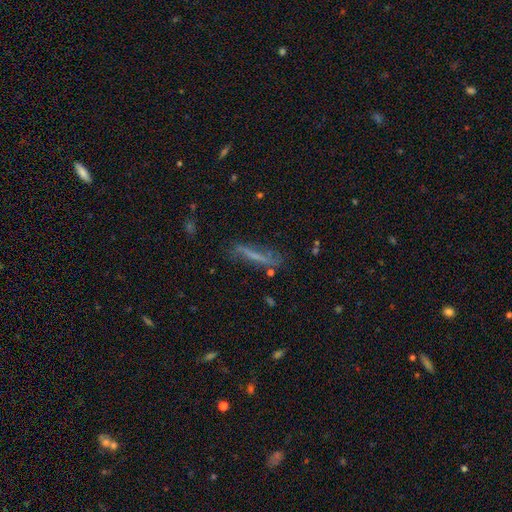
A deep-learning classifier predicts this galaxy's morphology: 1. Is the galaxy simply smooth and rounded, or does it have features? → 45% smooth, 42% featured or disk, 13% star or artifact.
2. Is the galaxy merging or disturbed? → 66% none, 21% minor disturbance, 10% major disturbance, 4% merger.